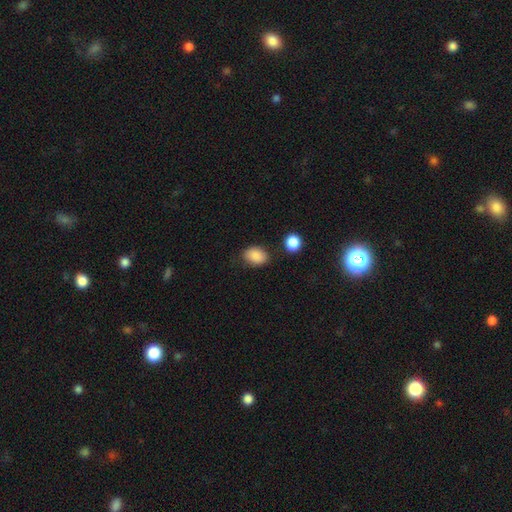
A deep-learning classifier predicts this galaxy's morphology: smooth_or_featured: smooth (p=0.87) [alt: star or artifact p=0.08]
how_rounded: in between (p=0.73) [alt: round p=0.26]
merging: none (p=0.78) [alt: minor disturbance p=0.14]